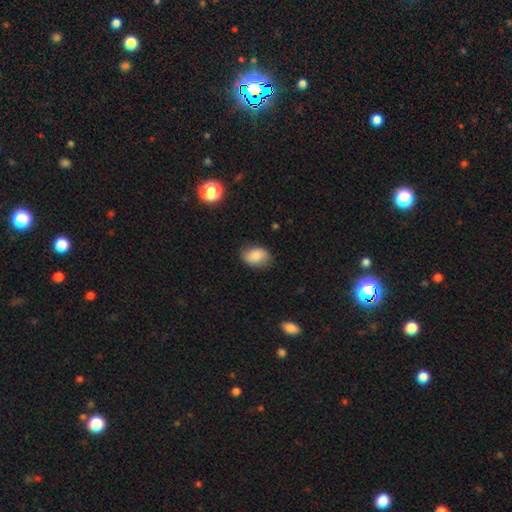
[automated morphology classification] A smooth galaxy with no disk features (81%) that is in between round and cigar-shaped (79%).

Vote fractions:
- Smooth or featured? smooth: 81% / featured or disk: 11% / star or artifact: 8%
- How rounded? in between: 79% / round: 20% / cigar-shaped: 1%
- Merging? none: 74% / minor disturbance: 20% / major disturbance: 4% / merger: 1%